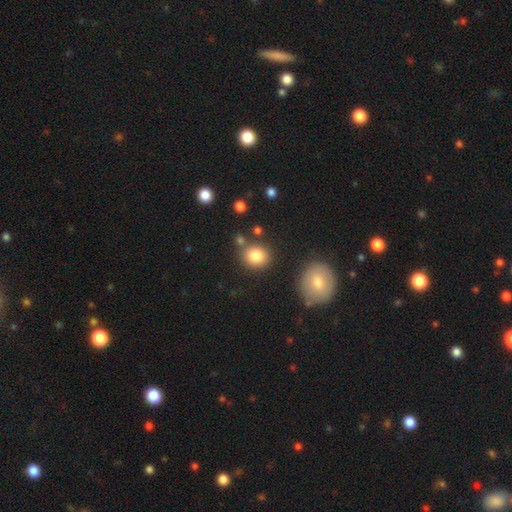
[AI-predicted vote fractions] smooth-or-featured: smooth: 83% | star or artifact: 9% | featured or disk: 7%
  how-rounded: round: 76% | in between: 23% | cigar-shaped: 1%
  merging: none: 77% | minor disturbance: 10% | merger: 10% | major disturbance: 3%